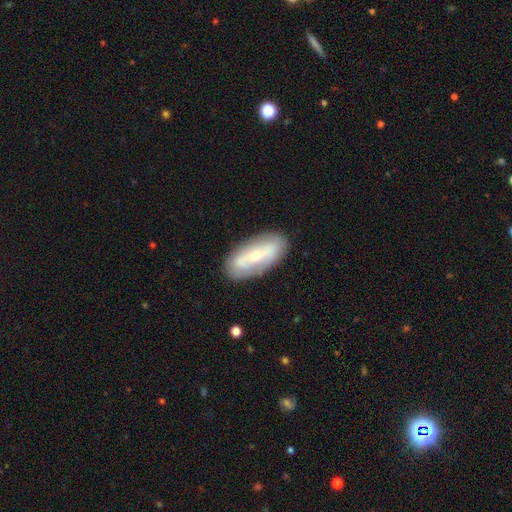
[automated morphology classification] Overall: featured or disk (57%; smooth 37%). Edge-on disk: no (84%). Merging: none (83%).